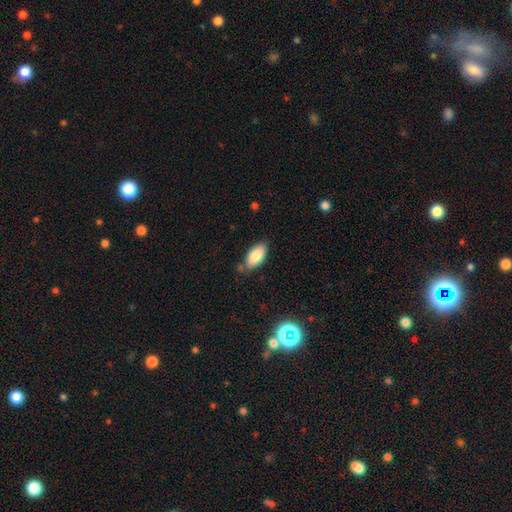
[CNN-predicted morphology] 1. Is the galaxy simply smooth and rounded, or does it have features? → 84% smooth, 9% featured or disk, 7% star or artifact.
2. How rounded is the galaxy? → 92% in between, 5% cigar-shaped, 2% round.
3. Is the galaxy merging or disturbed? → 75% none, 18% minor disturbance, 4% merger, 3% major disturbance.